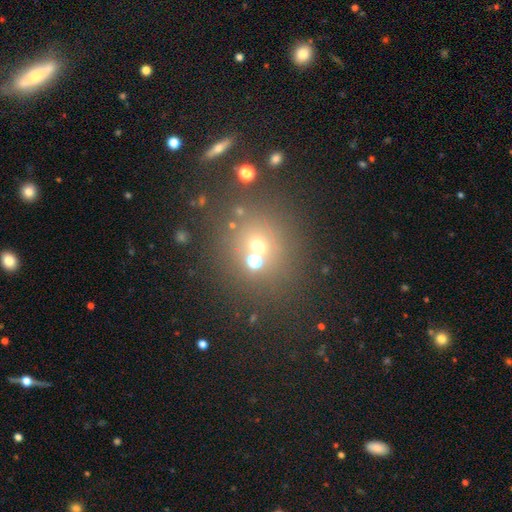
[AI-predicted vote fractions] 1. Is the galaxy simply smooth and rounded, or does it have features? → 58% smooth, 28% star or artifact, 14% featured or disk.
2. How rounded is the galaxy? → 87% round, 12% in between, 1% cigar-shaped.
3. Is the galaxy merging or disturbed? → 65% none, 21% merger, 9% minor disturbance, 5% major disturbance.